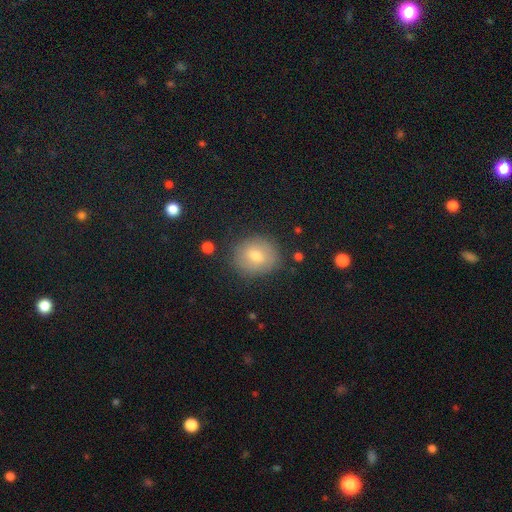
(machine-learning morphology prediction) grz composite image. It shows a smooth galaxy with no disk features (67%) that is round (72%). Merging: none (82%).